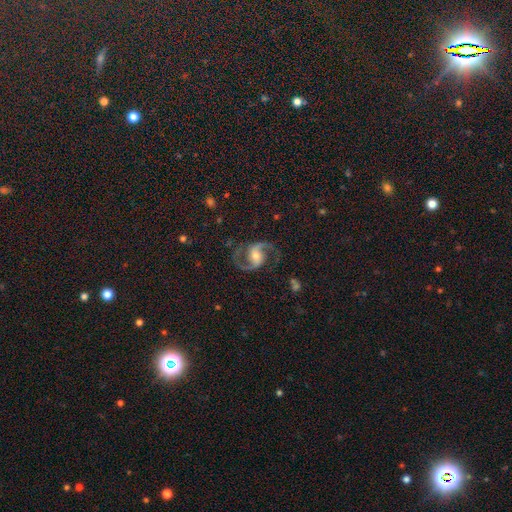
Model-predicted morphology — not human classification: This appears to be a featured or disk galaxy (91%) with no bar (44%), 2 (94%) medium (56%) spiral arms (98%) and a moderate central bulge (55%). Merging: none (80%).